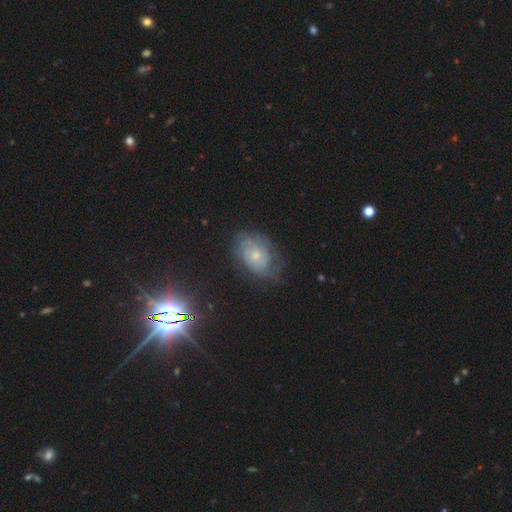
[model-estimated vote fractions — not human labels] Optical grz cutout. It shows a featured or disk galaxy (62%) with no bar (81%), spiral arms (78%) and a small central bulge (50%). Merging: none (60%).